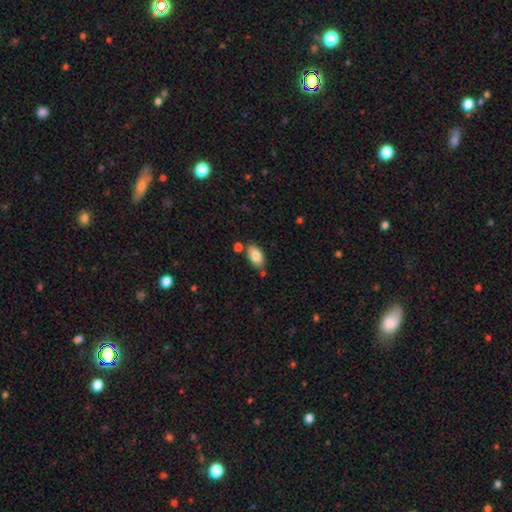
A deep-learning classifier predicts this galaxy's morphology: smooth_or_featured: smooth (p=0.83) [alt: featured or disk p=0.10]
how_rounded: in between (p=0.93) [alt: round p=0.03]
merging: none (p=0.77) [alt: minor disturbance p=0.12]